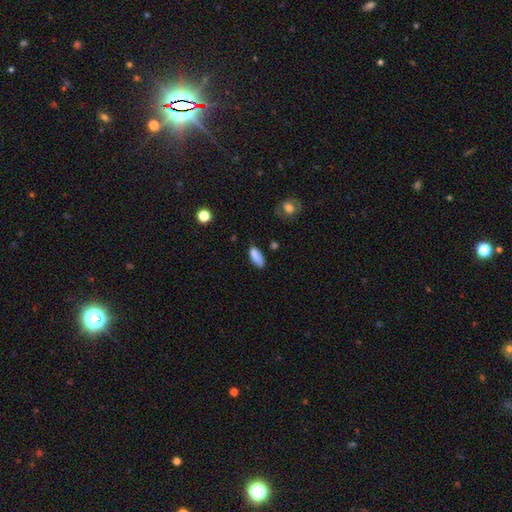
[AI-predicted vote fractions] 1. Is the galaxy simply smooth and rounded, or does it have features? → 85% smooth, 8% star or artifact, 7% featured or disk.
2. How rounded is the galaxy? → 83% in between, 14% cigar-shaped, 3% round.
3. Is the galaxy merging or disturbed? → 69% none, 23% minor disturbance, 5% major disturbance, 3% merger.